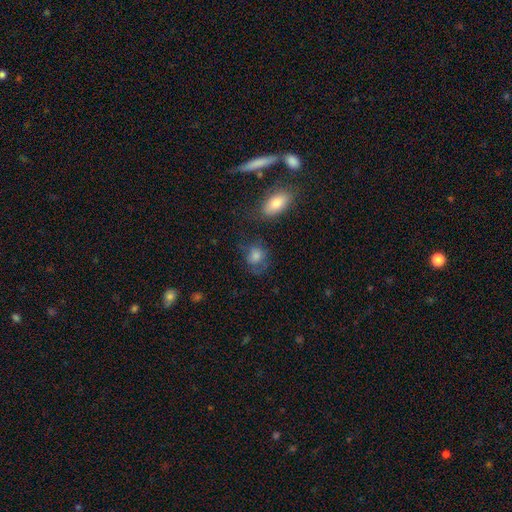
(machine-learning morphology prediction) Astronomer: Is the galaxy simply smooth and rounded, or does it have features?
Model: smooth — 74%.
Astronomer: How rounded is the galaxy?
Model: round — 51% (runner-up: in between, 48%).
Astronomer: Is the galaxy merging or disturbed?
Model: none — 53%.